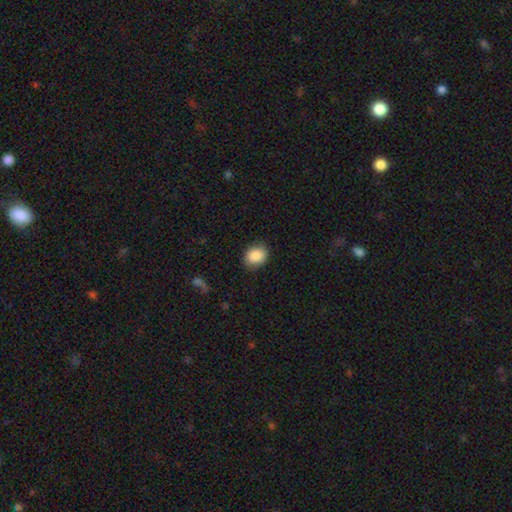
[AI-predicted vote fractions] Smooth or featured? Predicted: smooth (p=0.89). How rounded? Predicted: in between (p=0.50). Merging? Predicted: none (p=0.85).